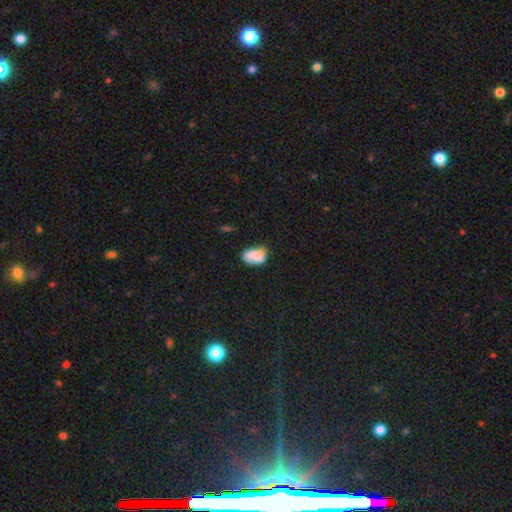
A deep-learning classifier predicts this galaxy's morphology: The model was most divided on "merging": none: 51%, minor disturbance: 33%, major disturbance: 9%, merger: 7%. More confident: how rounded — in between (85%); smooth or featured — smooth (81%).